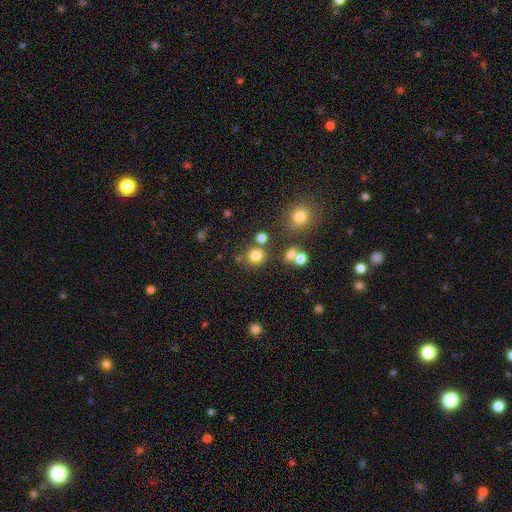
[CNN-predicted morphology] Smooth or featured? smooth (78%)
How rounded? round (86%)
Merging? none (75%)